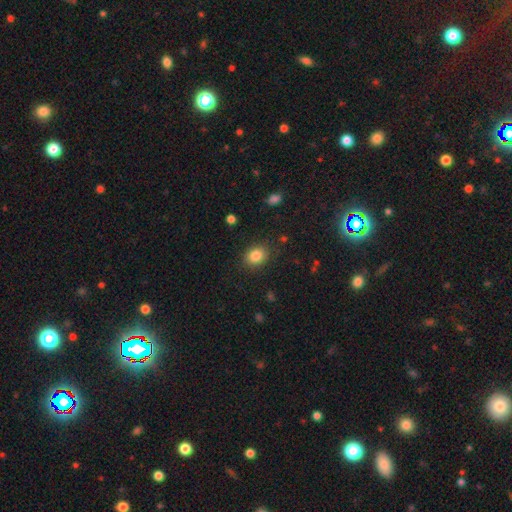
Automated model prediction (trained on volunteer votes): smooth-or-featured: smooth: 85% | star or artifact: 9% | featured or disk: 6%
  how-rounded: in between: 54% | round: 45% | cigar-shaped: 1%
  merging: none: 85% | minor disturbance: 11% | major disturbance: 3% | merger: 1%